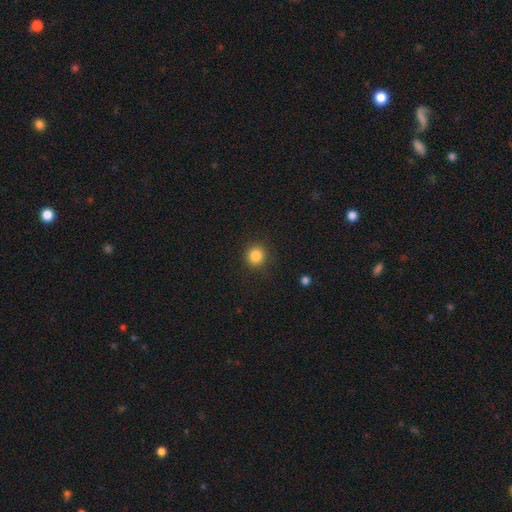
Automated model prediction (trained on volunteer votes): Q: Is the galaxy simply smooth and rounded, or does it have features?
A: smooth — 85%.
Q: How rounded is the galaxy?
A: round — 92%.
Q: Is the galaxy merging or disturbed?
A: none — 90%.